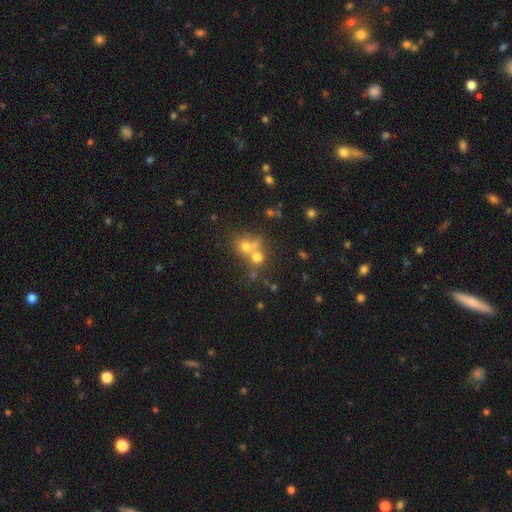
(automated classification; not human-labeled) Overall: smooth (56%; star or artifact 23%). How rounded: round (74%). Merging: merger (55%; none 34%).